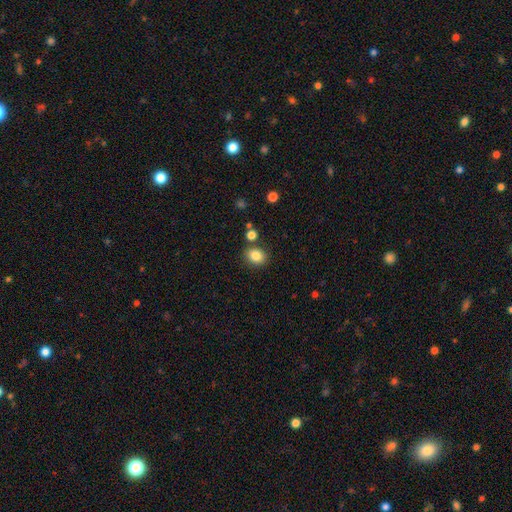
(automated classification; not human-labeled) This appears to be a smooth galaxy with no disk features (84%) that is round (57%). Merging: none (81%).